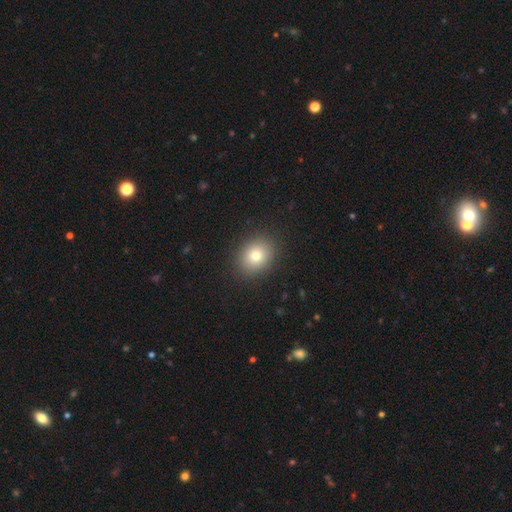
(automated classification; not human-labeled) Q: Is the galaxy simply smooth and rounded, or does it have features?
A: smooth — 79%.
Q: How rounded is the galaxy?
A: round — 59%.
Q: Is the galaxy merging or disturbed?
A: none — 89%.